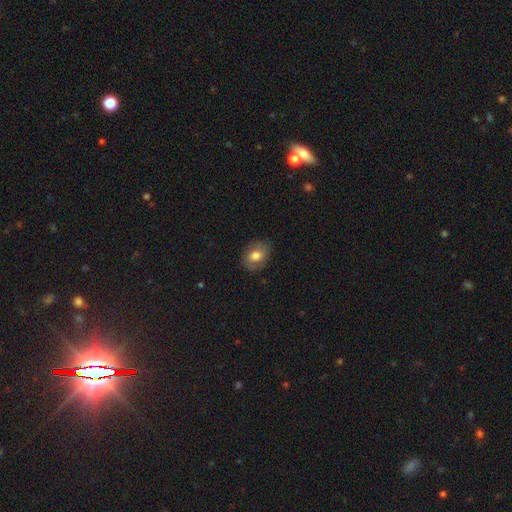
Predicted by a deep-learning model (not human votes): Smooth or featured?
  - smooth: 75% *
  - featured or disk: 16%
  - star or artifact: 8%
How rounded?
  - in between: 56% *
  - round: 43%
  - cigar-shaped: 1%
Merging?
  - none: 83% *
  - minor disturbance: 13%
  - major disturbance: 3%
  - merger: 1%